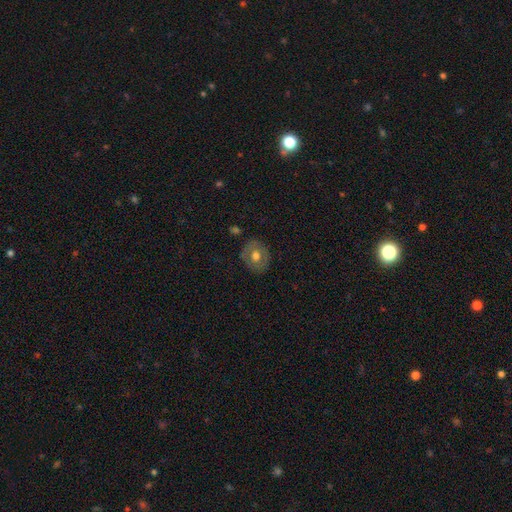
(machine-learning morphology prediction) type=smooth (54%); roundness=round (69%); merging=none (82%).